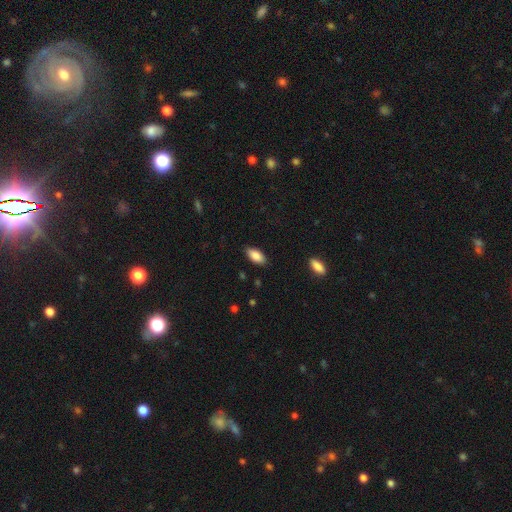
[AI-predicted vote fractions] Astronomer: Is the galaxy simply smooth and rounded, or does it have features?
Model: smooth — 87%.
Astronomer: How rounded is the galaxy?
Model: in between — 90%.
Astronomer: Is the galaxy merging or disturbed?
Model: none — 86%.